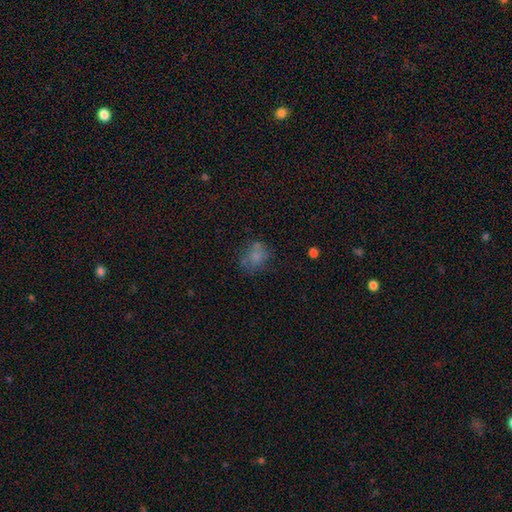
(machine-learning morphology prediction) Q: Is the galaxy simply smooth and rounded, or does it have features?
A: smooth — 63%.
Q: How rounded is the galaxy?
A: round — 53%.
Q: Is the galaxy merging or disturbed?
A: none — 51%.